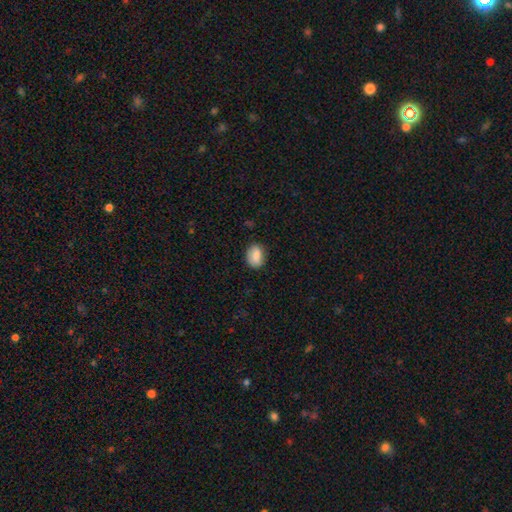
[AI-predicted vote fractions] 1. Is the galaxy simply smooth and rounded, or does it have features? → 86% smooth, 7% star or artifact, 6% featured or disk.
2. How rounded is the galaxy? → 78% in between, 20% round, 1% cigar-shaped.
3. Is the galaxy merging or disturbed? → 81% none, 15% minor disturbance, 3% major disturbance, 1% merger.